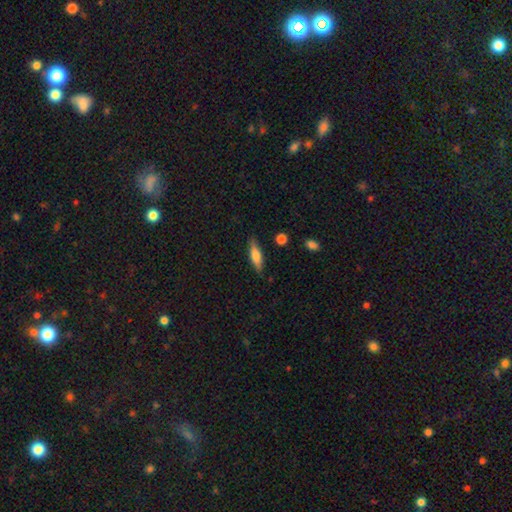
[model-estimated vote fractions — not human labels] A smooth galaxy with no disk features (64%) that is cigar-shaped (61%). Merging: none (84%).